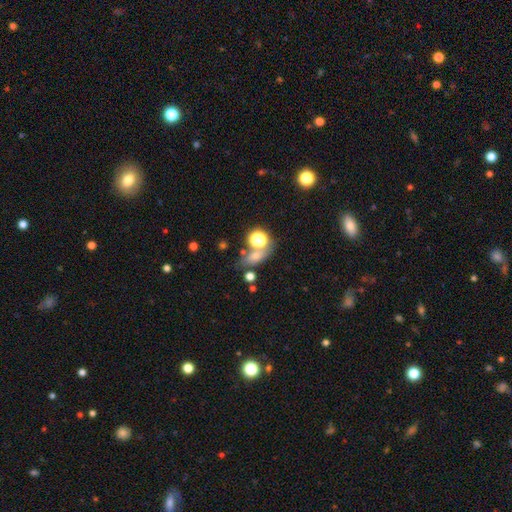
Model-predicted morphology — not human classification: This is likely a smooth galaxy (62%). How rounded: possibly in between (54%). Merging: possibly none (55%).